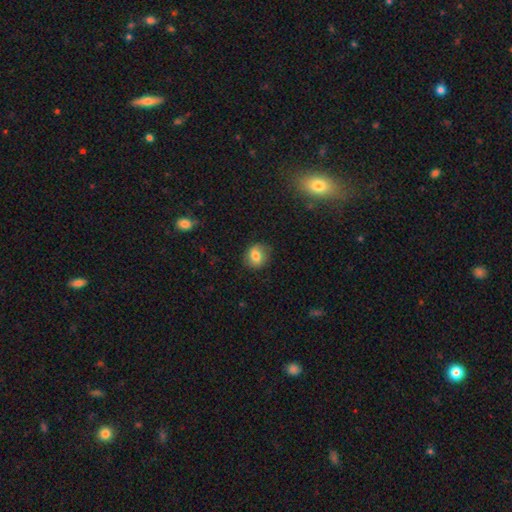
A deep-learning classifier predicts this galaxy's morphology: smooth-or-featured: smooth: 77% | featured or disk: 14% | star or artifact: 9%
  how-rounded: round: 71% | in between: 28% | cigar-shaped: 1%
  merging: none: 82% | minor disturbance: 13% | major disturbance: 3% | merger: 1%